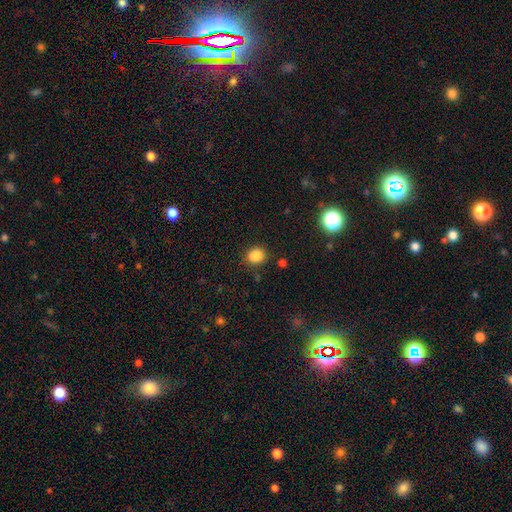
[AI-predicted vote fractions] Smooth or featured? smooth (85%)
How rounded? round (66%)
Merging? none (84%)